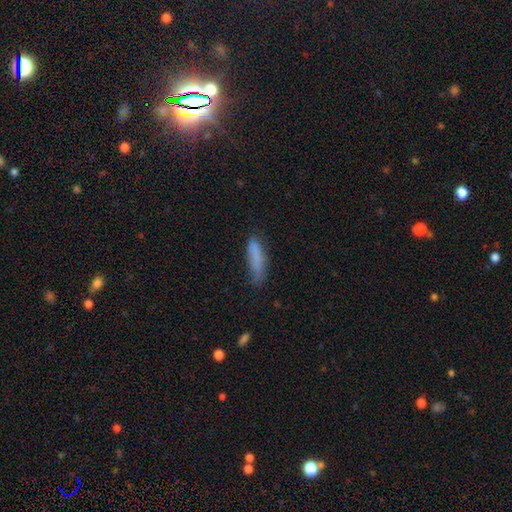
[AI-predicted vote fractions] Smooth or featured?
  - smooth: 81% *
  - featured or disk: 12%
  - star or artifact: 8%
How rounded?
  - cigar-shaped: 68% *
  - in between: 30%
  - round: 2%
Merging?
  - none: 57% *
  - minor disturbance: 31%
  - major disturbance: 10%
  - merger: 3%